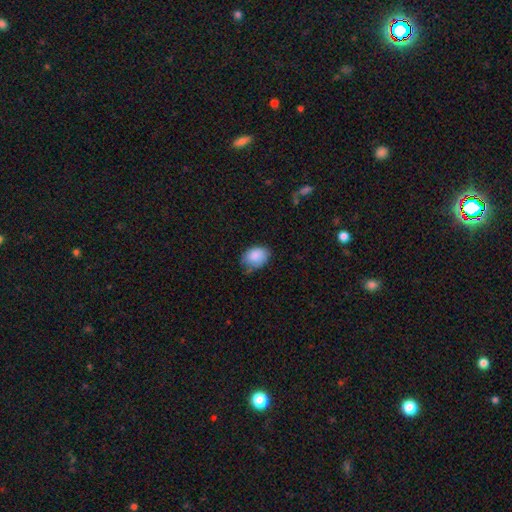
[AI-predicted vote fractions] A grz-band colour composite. It shows a smooth galaxy with no disk features (85%) that is in between round and cigar-shaped (75%). Merging: none (51%).